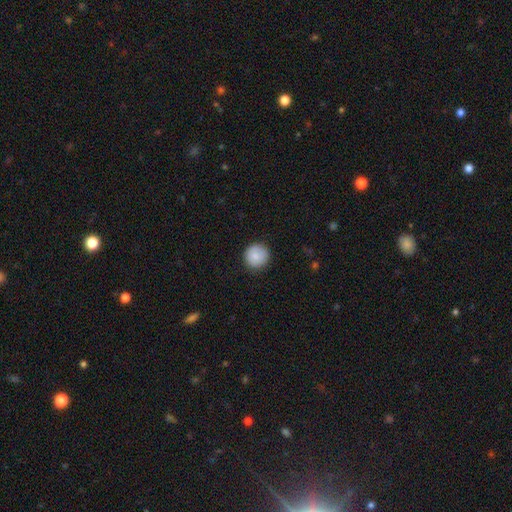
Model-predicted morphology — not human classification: smooth-or-featured: smooth: 87% | star or artifact: 7% | featured or disk: 5%
  how-rounded: round: 95% | in between: 4% | cigar-shaped: 1%
  merging: none: 90% | minor disturbance: 7% | major disturbance: 2% | merger: 1%